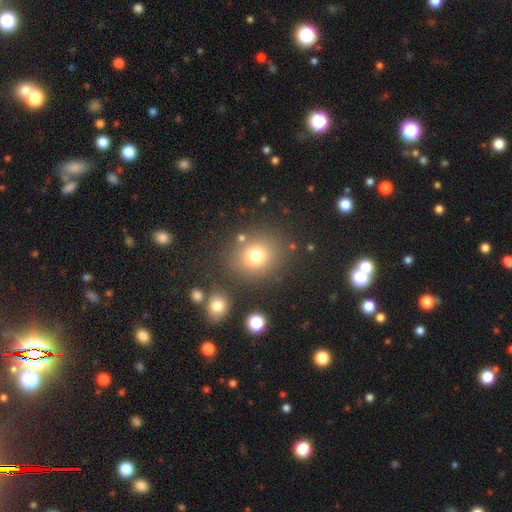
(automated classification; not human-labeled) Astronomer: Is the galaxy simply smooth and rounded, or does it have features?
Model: smooth — 72%.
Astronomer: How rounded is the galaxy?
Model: round — 74%.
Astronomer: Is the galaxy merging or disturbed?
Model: none — 75%.